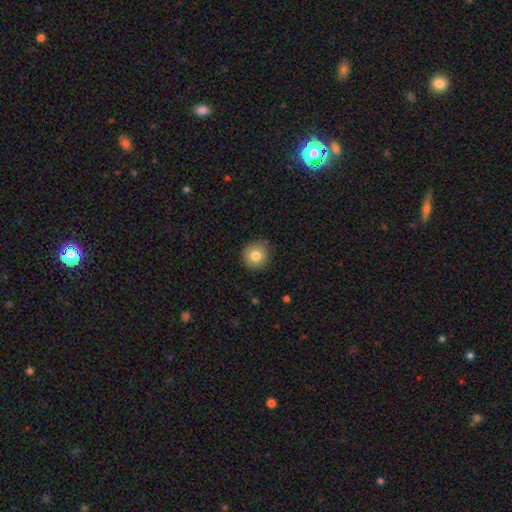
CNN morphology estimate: smooth-or-featured: smooth: 81% | star or artifact: 10% | featured or disk: 9%
  how-rounded: round: 93% | in between: 6% | cigar-shaped: 1%
  merging: none: 88% | minor disturbance: 9% | major disturbance: 2% | merger: 1%